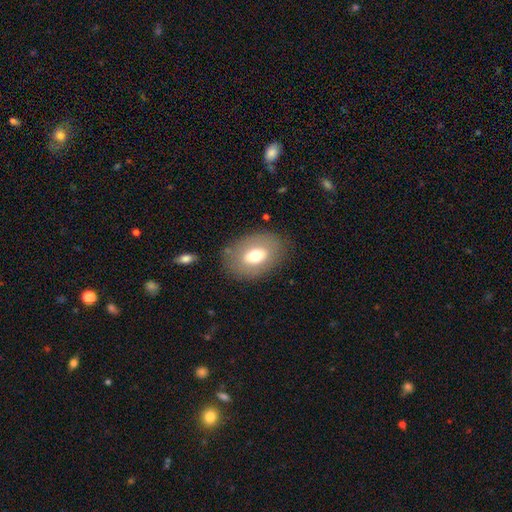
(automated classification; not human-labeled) Smooth or featured: smooth — 64% (featured or disk — 28%)
How rounded: in between — 81% (round — 18%)
Merging: none — 80% (minor disturbance — 13%)